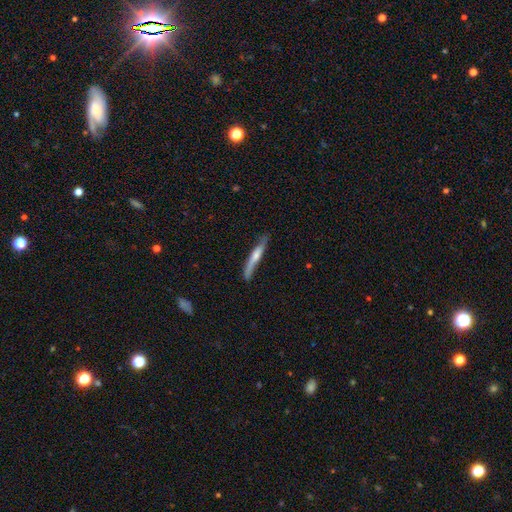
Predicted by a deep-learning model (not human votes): Smooth or featured? Predicted: featured or disk (p=0.61). Edge-on disk? Predicted: yes (p=0.93). Edge-on bulge? Predicted: rounded (p=0.72). Merging? Predicted: none (p=0.77).